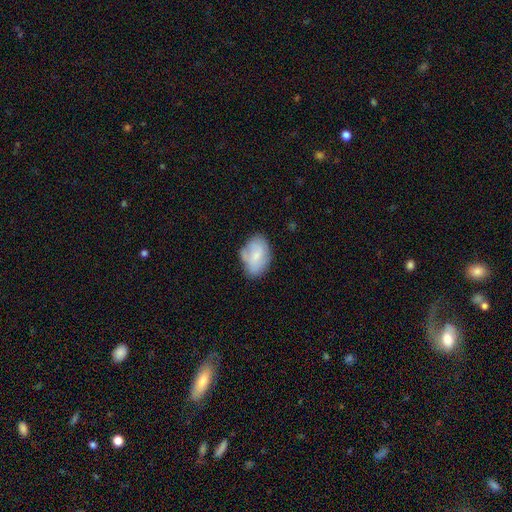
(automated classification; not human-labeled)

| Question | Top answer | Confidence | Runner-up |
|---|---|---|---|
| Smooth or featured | smooth | 69% | featured or disk (24%) |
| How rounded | in between | 87% | round (11%) |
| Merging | none | 56% | minor disturbance (31%) |